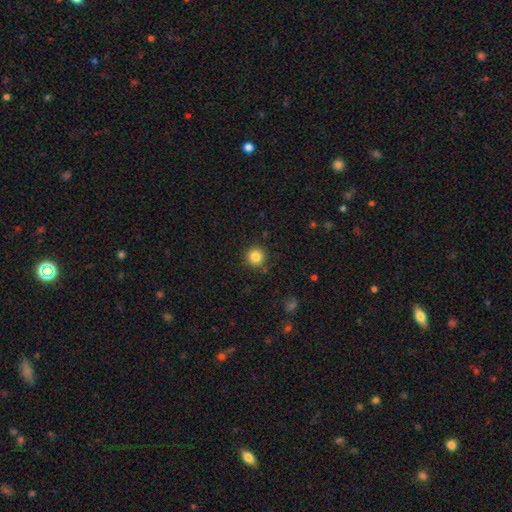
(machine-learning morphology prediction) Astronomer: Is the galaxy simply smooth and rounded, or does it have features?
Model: smooth — 84%.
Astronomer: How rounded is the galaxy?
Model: round — 94%.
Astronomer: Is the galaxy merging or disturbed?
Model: none — 90%.